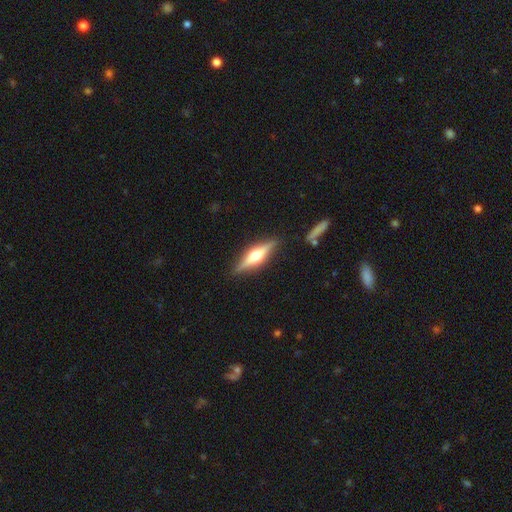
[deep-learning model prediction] Overall: featured or disk (69%). Edge-on disk: yes (96%). Edge-on bulge: rounded (93%). Merging: none (88%).